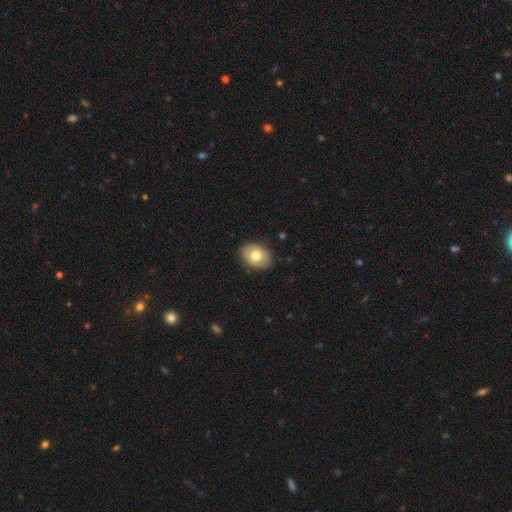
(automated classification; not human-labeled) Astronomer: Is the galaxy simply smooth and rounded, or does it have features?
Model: smooth — 64%.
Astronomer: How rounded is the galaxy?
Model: in between — 72%.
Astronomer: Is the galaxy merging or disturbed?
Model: none — 84%.